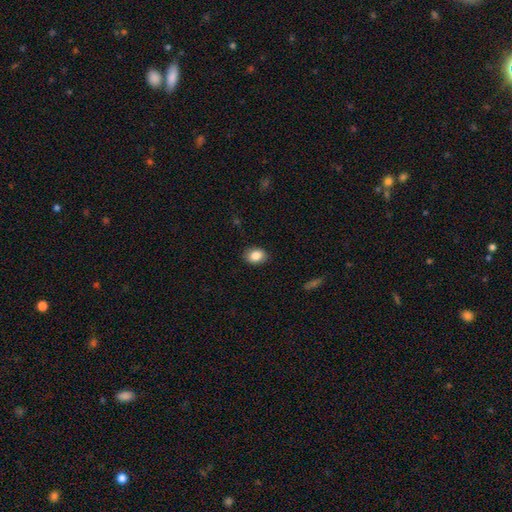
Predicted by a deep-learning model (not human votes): Smooth or featured? smooth (85%)
How rounded? in between (61%)
Merging? none (88%)